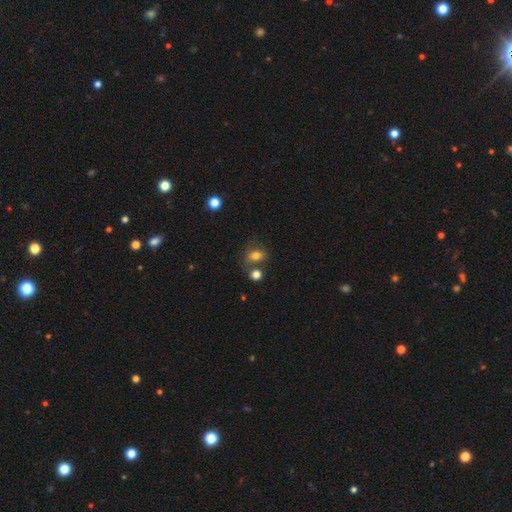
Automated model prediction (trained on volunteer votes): Smooth or featured?
  - smooth: 72% *
  - featured or disk: 15%
  - star or artifact: 13%
How rounded?
  - in between: 54% *
  - round: 44%
  - cigar-shaped: 2%
Merging?
  - none: 53% *
  - merger: 23%
  - minor disturbance: 16%
  - major disturbance: 8%